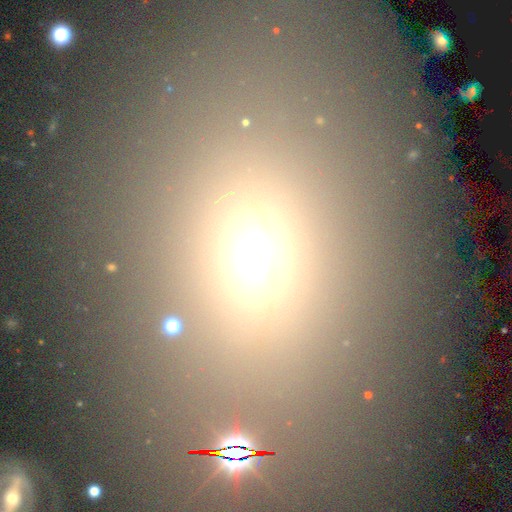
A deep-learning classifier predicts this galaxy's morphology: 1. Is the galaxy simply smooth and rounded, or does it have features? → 63% smooth, 24% star or artifact, 13% featured or disk.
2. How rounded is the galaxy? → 55% in between, 41% round, 4% cigar-shaped.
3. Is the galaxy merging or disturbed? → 70% none, 12% minor disturbance, 12% merger, 7% major disturbance.